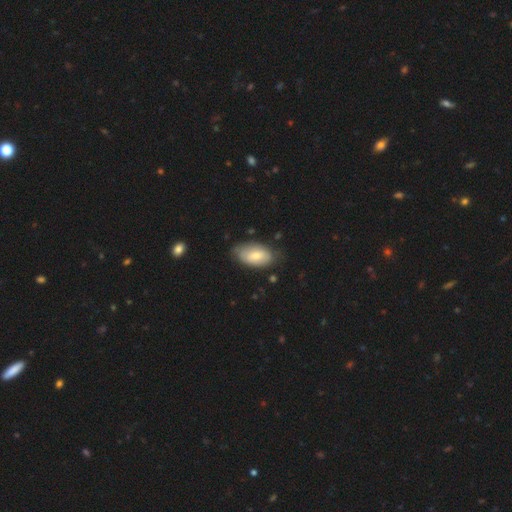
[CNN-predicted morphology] smooth 69%, featured or disk 25%, star or artifact 6%. Down the decision tree: how rounded — in between (94%); merging — none (68%).